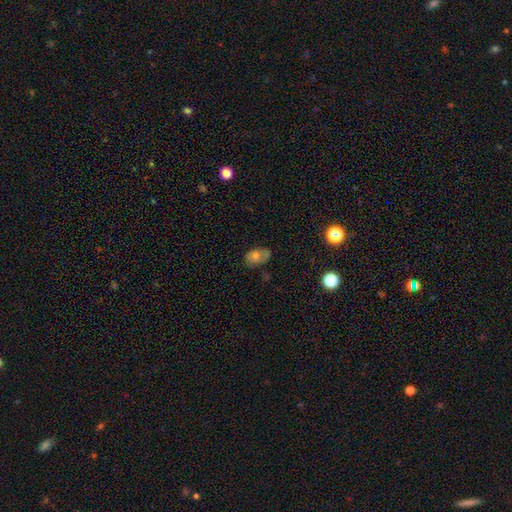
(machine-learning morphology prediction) This appears to be a smooth galaxy with no disk features (63%) that is in between round and cigar-shaped (78%). Merging: none (58%).